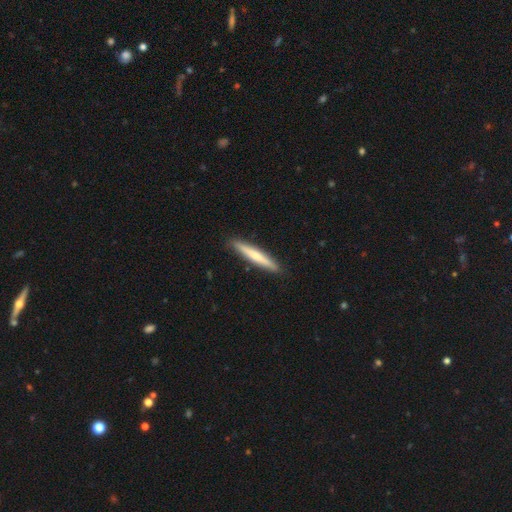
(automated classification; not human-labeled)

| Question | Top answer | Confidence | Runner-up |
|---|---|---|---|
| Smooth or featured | smooth | 60% | featured or disk (35%) |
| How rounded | cigar-shaped | 95% | in between (4%) |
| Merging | none | 91% | minor disturbance (7%) |